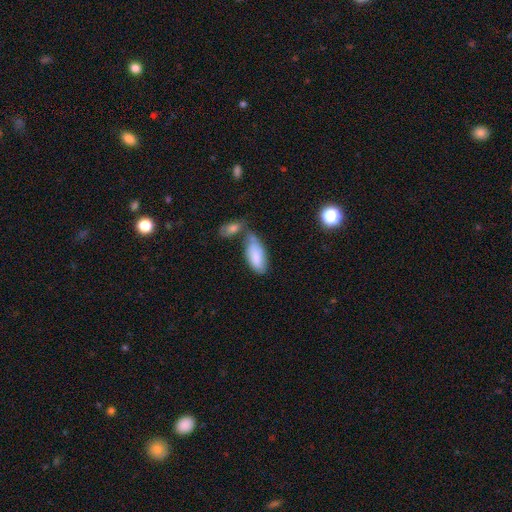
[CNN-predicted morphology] Smooth or featured?
  - smooth: 82% *
  - featured or disk: 12%
  - star or artifact: 6%
How rounded?
  - in between: 87% *
  - cigar-shaped: 11%
  - round: 2%
Merging?
  - merger: 37% *
  - none: 33%
  - minor disturbance: 21%
  - major disturbance: 9%